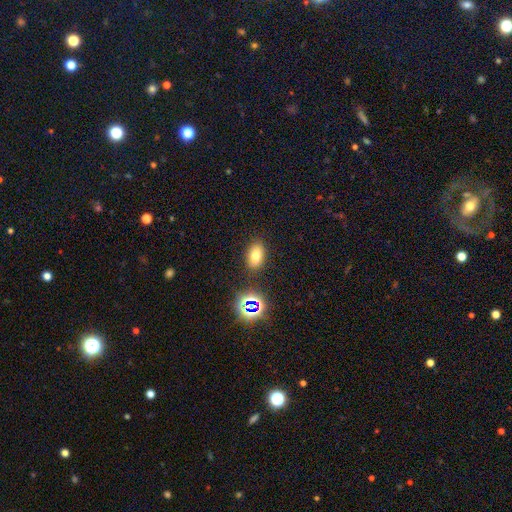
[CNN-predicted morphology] A smooth galaxy with no disk features (71%) that is in between round and cigar-shaped (85%).

Vote fractions:
- Smooth or featured? smooth: 71% / star or artifact: 18% / featured or disk: 11%
- How rounded? in between: 85% / round: 13% / cigar-shaped: 2%
- Merging? none: 85% / minor disturbance: 9% / major disturbance: 3% / merger: 3%